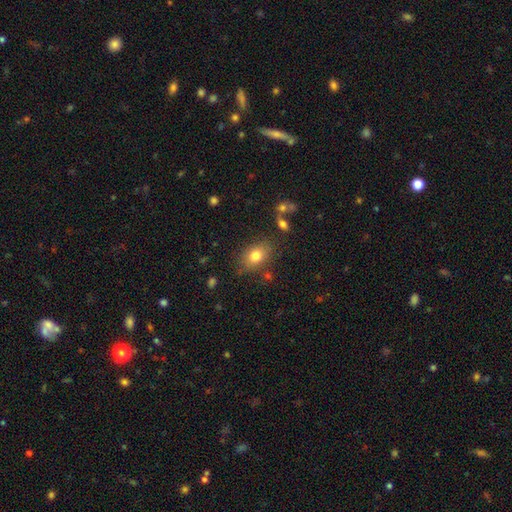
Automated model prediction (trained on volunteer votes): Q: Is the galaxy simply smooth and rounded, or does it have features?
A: smooth — 79%.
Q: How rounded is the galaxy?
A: in between — 73%.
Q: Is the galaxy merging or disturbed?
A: none — 79%.